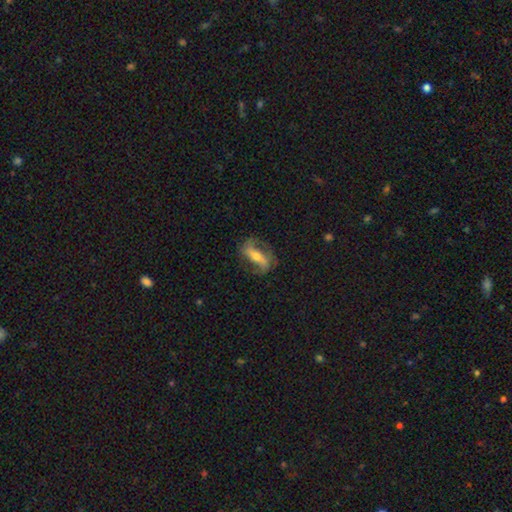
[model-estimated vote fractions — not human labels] Smooth or featured: featured or disk — 71% (smooth — 22%)
Edge-on disk: no — 84% (yes — 16%)
Bar: strong — 57% (weak — 23%)
Spiral arms: yes — 81% (no — 19%)
Bulge size: moderate — 53% (small — 39%)
Merging: none — 69% (minor disturbance — 18%)